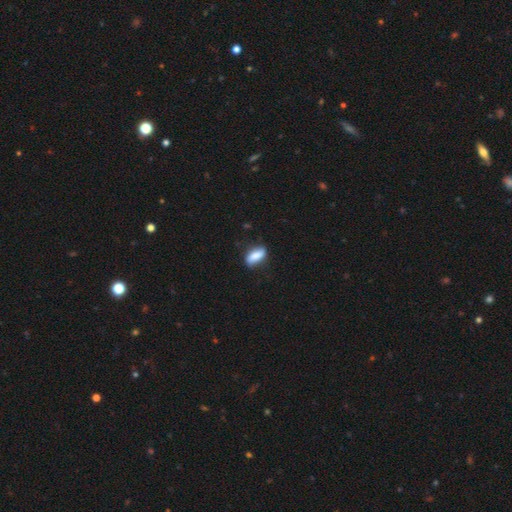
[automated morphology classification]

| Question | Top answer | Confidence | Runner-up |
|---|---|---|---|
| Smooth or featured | smooth | 78% | featured or disk (15%) |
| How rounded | in between | 77% | cigar-shaped (19%) |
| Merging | none | 73% | minor disturbance (20%) |